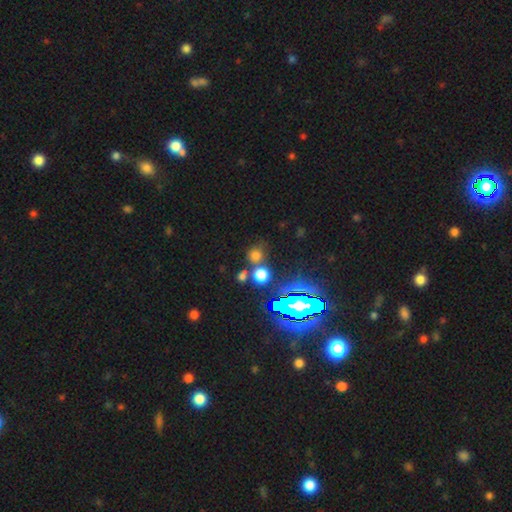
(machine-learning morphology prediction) type=smooth (61%); roundness=round (88%); merging=none (70%).